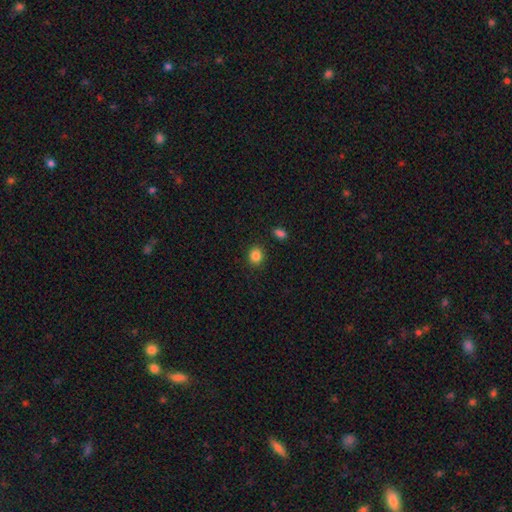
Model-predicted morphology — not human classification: Overall: smooth (86%). How rounded: round (73%). Merging: none (88%).